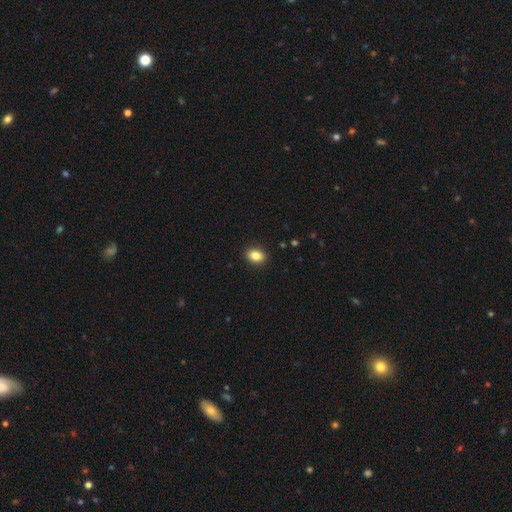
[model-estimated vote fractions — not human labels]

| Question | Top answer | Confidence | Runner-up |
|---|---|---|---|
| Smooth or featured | smooth | 85% | star or artifact (9%) |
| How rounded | in between | 68% | round (30%) |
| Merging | none | 91% | minor disturbance (7%) |